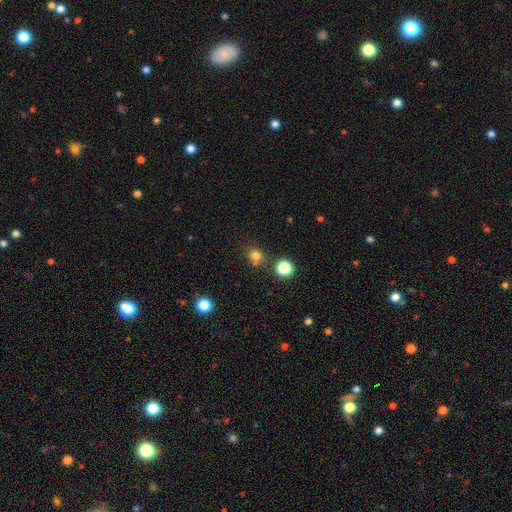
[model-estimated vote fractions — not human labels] Smooth or featured? smooth (76%)
How rounded? round (81%)
Merging? none (67%)